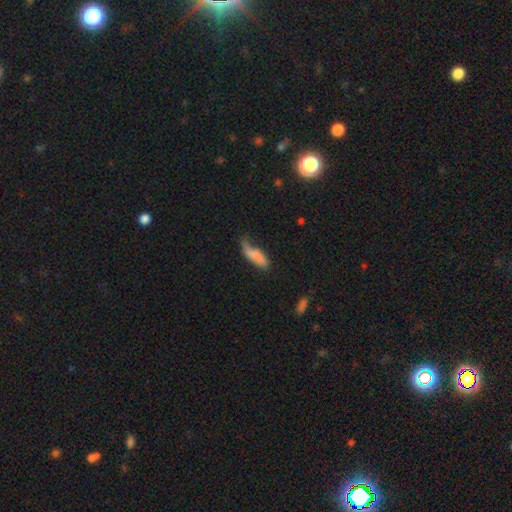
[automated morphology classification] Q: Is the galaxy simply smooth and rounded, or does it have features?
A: smooth — 69%.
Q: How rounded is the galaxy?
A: in between — 54%.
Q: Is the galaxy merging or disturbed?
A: minor disturbance — 36%.